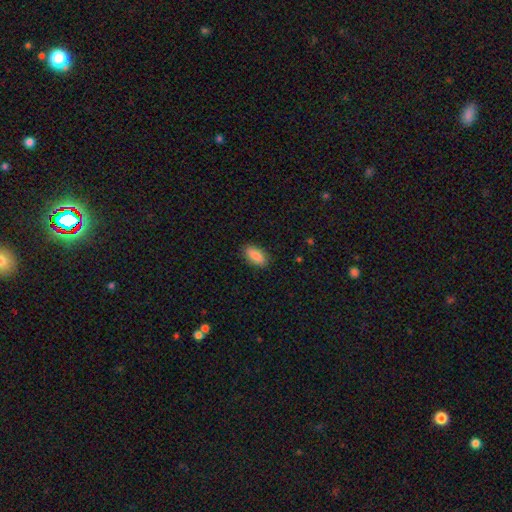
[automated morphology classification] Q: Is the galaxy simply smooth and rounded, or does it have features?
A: smooth — 89%.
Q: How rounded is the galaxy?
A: in between — 89%.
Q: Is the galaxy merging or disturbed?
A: none — 88%.